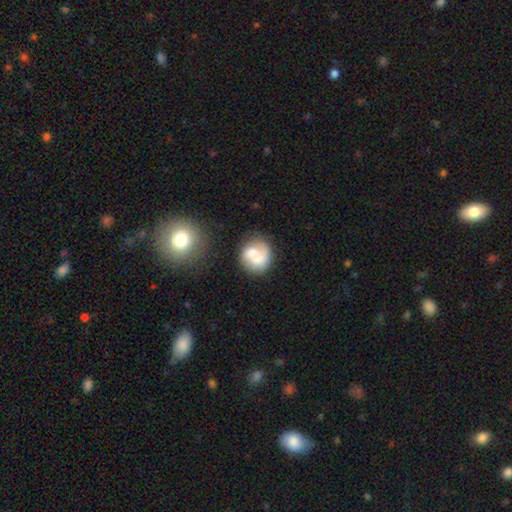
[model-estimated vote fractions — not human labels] A featured or disk galaxy (47%). Merging: none (57%).